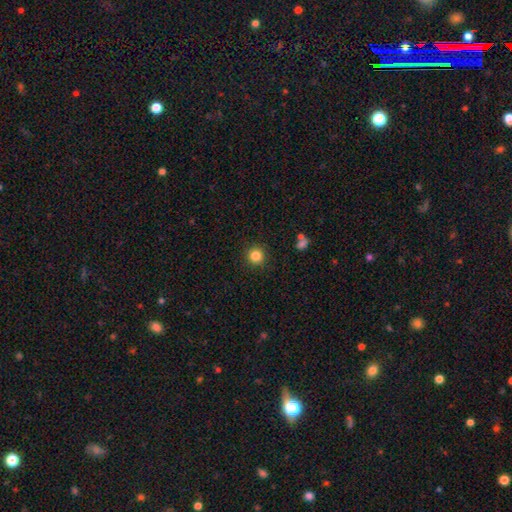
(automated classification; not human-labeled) Smooth or featured? Predicted: smooth (p=0.84). How rounded? Predicted: round (p=0.94). Merging? Predicted: none (p=0.90).